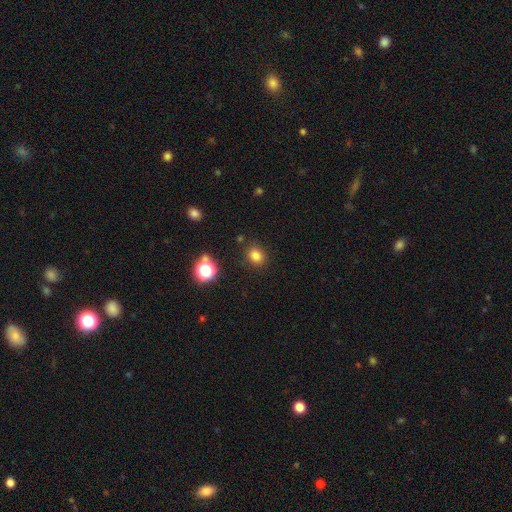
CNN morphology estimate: smooth-or-featured: smooth: 79% | star or artifact: 15% | featured or disk: 6%
  how-rounded: round: 65% | in between: 34% | cigar-shaped: 1%
  merging: none: 86% | minor disturbance: 9% | major disturbance: 3% | merger: 2%